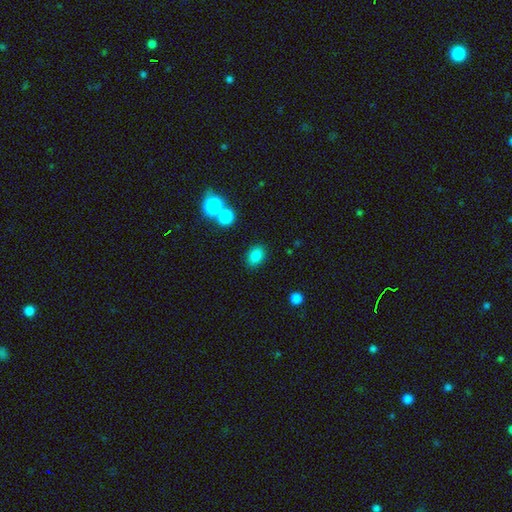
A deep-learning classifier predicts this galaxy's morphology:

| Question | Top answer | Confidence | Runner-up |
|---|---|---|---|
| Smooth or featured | smooth | 84% | star or artifact (11%) |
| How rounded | in between | 74% | round (25%) |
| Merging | none | 83% | minor disturbance (10%) |